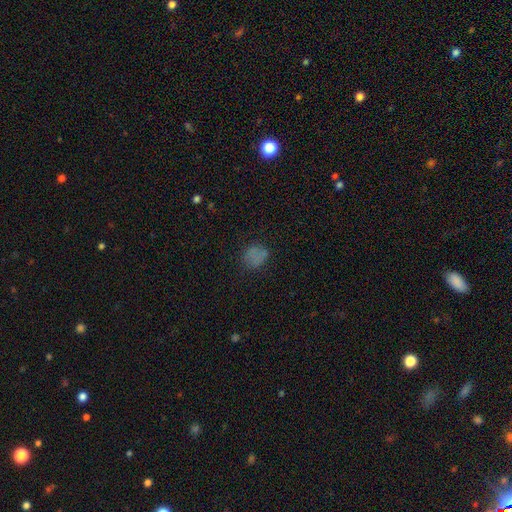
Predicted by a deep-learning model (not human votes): smooth-or-featured: smooth: 70% | star or artifact: 19% | featured or disk: 11%
  how-rounded: round: 64% | in between: 35% | cigar-shaped: 1%
  merging: none: 67% | minor disturbance: 20% | major disturbance: 9% | merger: 4%